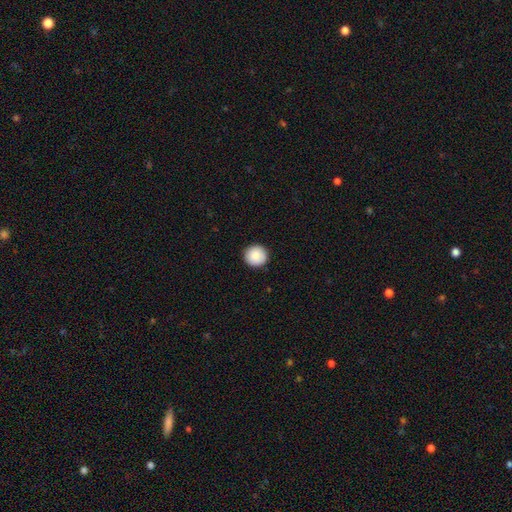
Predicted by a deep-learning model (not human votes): Smooth or featured: smooth — 88% (star or artifact — 7%)
How rounded: round — 96% (in between — 4%)
Merging: none — 93% (minor disturbance — 5%)